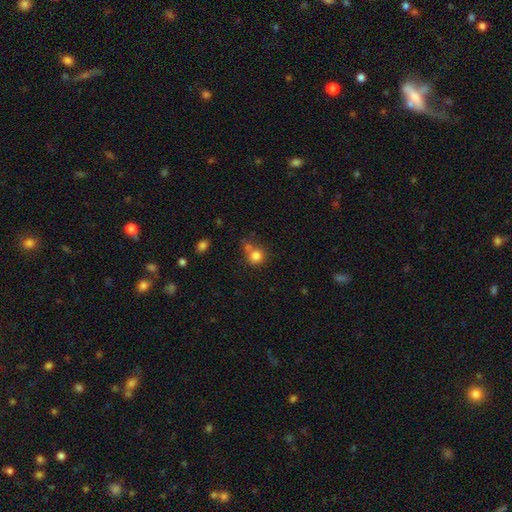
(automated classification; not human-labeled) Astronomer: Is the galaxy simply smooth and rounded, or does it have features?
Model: smooth — 81%.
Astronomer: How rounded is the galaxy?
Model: round — 87%.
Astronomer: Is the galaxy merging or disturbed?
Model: none — 55%.